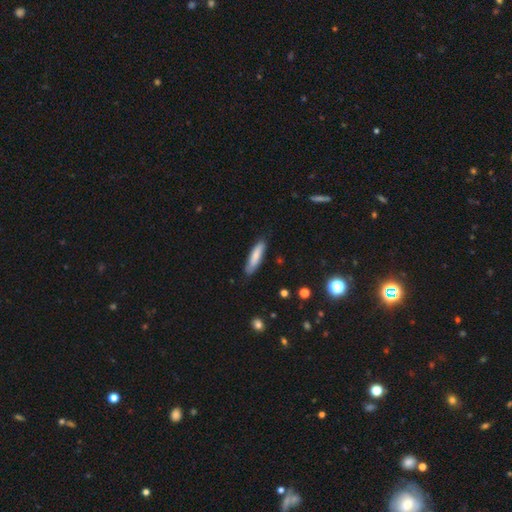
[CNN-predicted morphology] type=smooth (77%); roundness=cigar-shaped (73%); merging=none (84%).